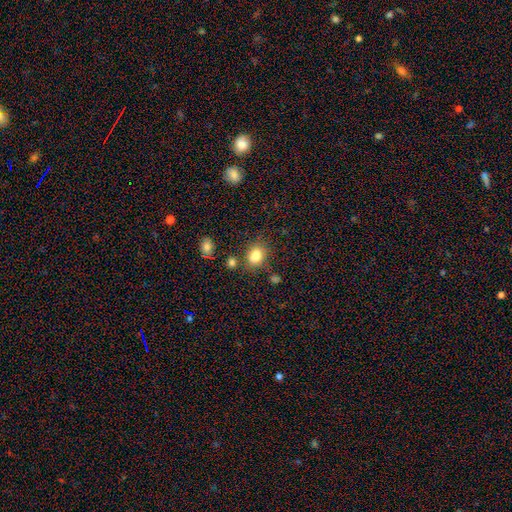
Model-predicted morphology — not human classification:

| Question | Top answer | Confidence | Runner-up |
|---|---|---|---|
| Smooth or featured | smooth | 82% | star or artifact (11%) |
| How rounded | in between | 53% | round (46%) |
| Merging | none | 72% | minor disturbance (15%) |